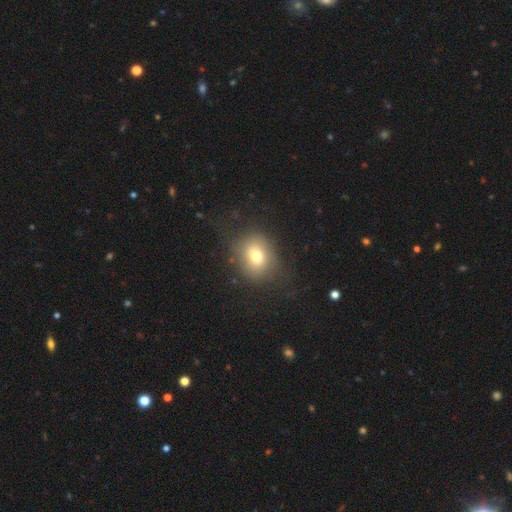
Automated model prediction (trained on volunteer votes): Smooth or featured? smooth (71%)
How rounded? round (62%)
Merging? none (70%)